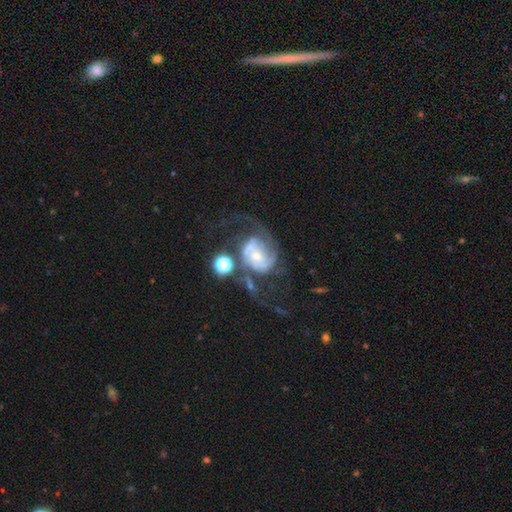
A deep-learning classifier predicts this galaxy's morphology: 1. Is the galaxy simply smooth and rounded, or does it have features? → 80% featured or disk, 12% smooth, 8% star or artifact.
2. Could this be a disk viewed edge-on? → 98% no, 2% yes.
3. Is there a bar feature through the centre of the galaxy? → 62% no, 29% weak, 9% strong.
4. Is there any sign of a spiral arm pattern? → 92% yes, 8% no.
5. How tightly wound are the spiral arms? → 44% medium, 32% loose, 24% tight.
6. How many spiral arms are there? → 51% 2, 17% can't tell, 14% 3, 10% 1, 4% 4, 4% more than 4.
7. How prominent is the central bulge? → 58% small, 31% moderate, 5% large, 4% none, 2% dominant.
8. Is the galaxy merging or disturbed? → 38% major disturbance, 31% none, 16% merger, 15% minor disturbance.